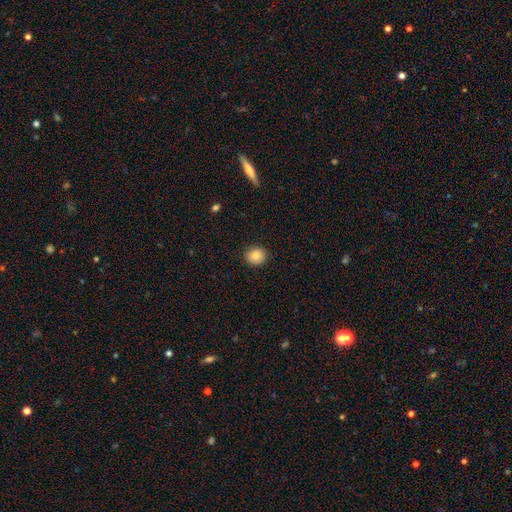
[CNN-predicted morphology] The model was most divided on "how rounded": round: 80%, in between: 19%, cigar-shaped: 1%. More confident: merging — none (90%); smooth or featured — smooth (86%).